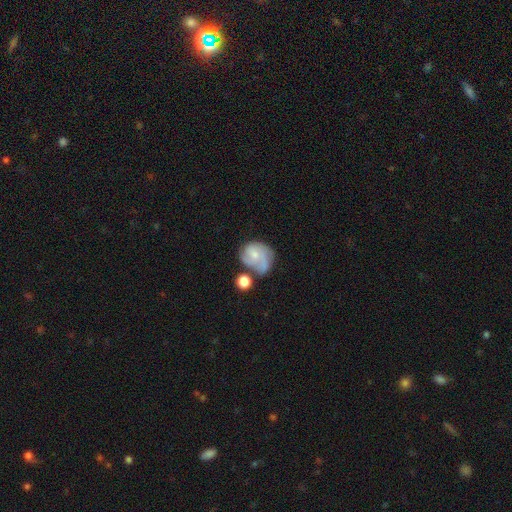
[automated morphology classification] A featured or disk galaxy (50%). Merging: none (40%).